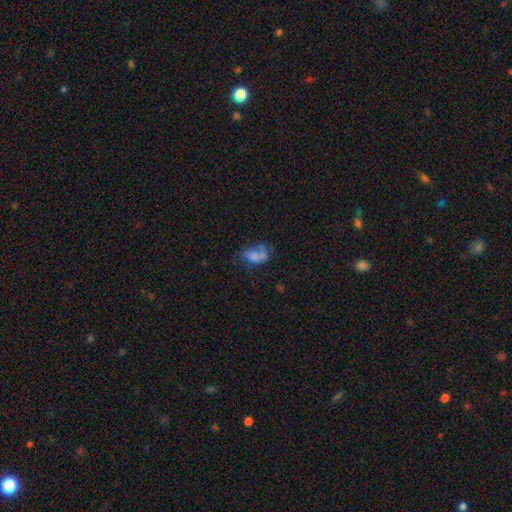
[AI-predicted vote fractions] A smooth galaxy with no disk features (59%) that is in between round and cigar-shaped (86%).

Vote fractions:
- Smooth or featured? smooth: 59% / featured or disk: 29% / star or artifact: 12%
- How rounded? in between: 86% / round: 11% / cigar-shaped: 3%
- Merging? none: 32% / minor disturbance: 24% / major disturbance: 23% / merger: 21%